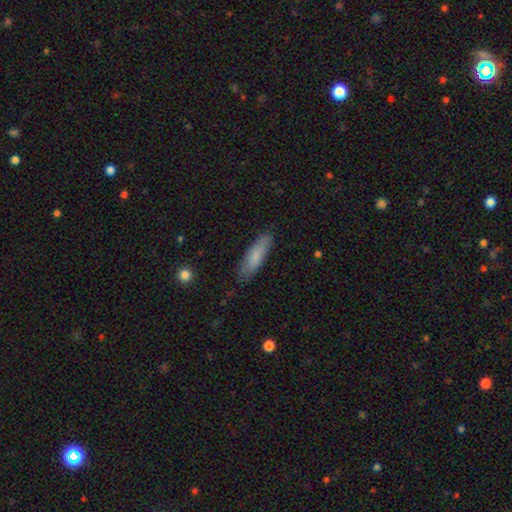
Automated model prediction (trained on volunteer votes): A smooth galaxy with no disk features (78%) that is cigar-shaped (64%).

Vote fractions:
- Smooth or featured? smooth: 78% / featured or disk: 17% / star or artifact: 6%
- How rounded? cigar-shaped: 64% / in between: 34% / round: 2%
- Merging? none: 84% / minor disturbance: 13% / major disturbance: 2% / merger: 1%